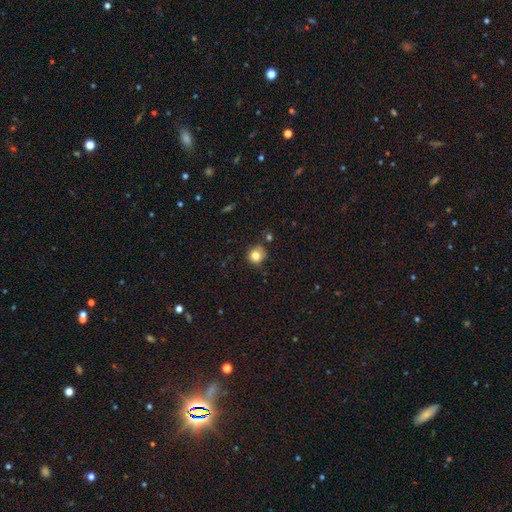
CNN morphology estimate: Smooth or featured? smooth (80%)
How rounded? round (89%)
Merging? none (77%)